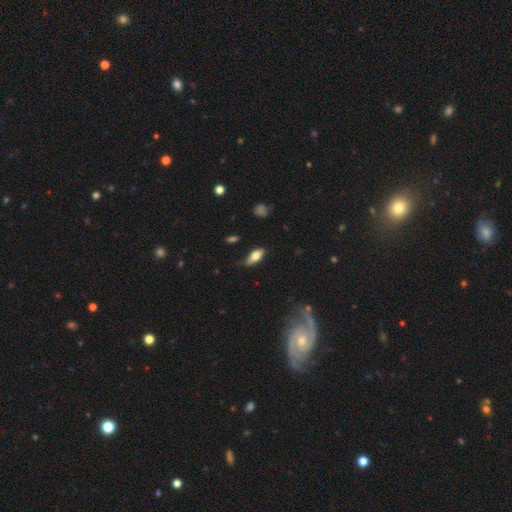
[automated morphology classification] Smooth or featured: smooth — 67% (featured or disk — 25%)
How rounded: in between — 82% (cigar-shaped — 14%)
Merging: none — 66% (minor disturbance — 26%)